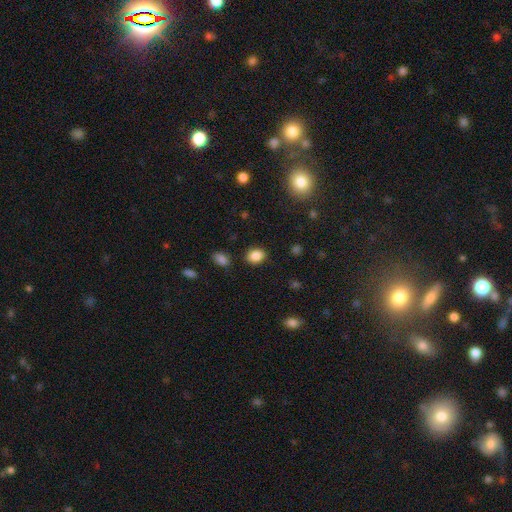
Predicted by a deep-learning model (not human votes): Overall: smooth (86%). How rounded: in between (63%; round 36%). Merging: none (85%).